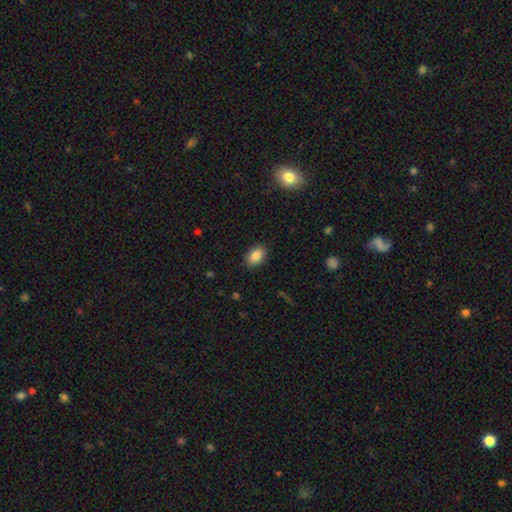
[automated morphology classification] A smooth galaxy with no disk features (86%) that is in between round and cigar-shaped (85%). Merging: none (88%).